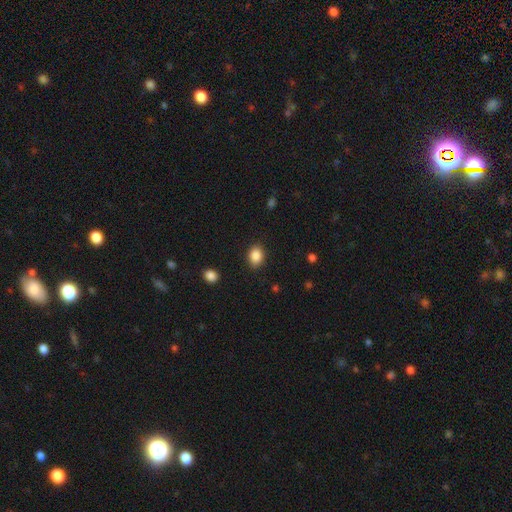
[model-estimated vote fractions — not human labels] Smooth or featured: smooth — 87% (star or artifact — 9%)
How rounded: in between — 58% (round — 41%)
Merging: none — 88% (minor disturbance — 9%)